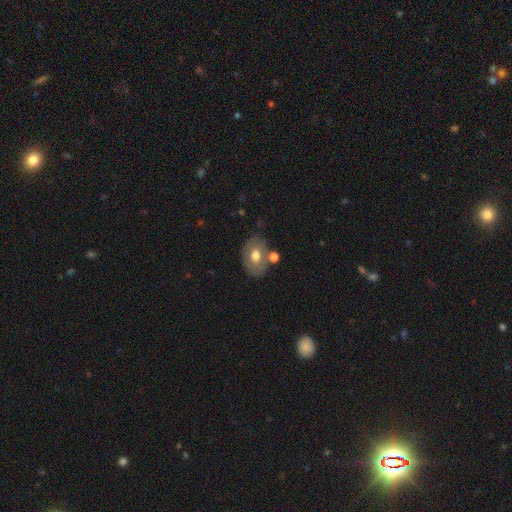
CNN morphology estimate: Smooth or featured: smooth — 62% (featured or disk — 31%)
How rounded: in between — 77% (round — 22%)
Merging: none — 67% (minor disturbance — 16%)